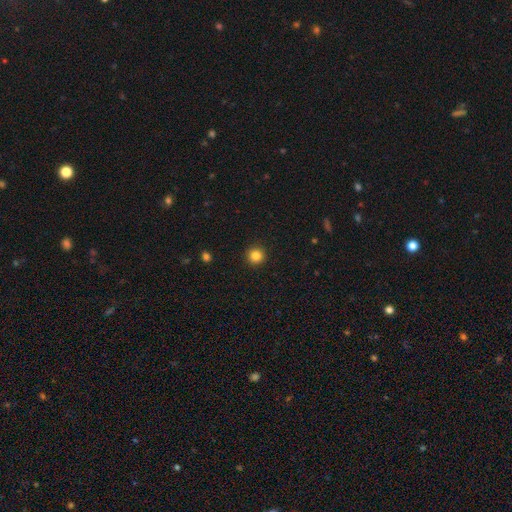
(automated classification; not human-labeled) This is clearly a smooth galaxy (84%). How rounded: clearly round (95%). Merging: clearly none (93%).